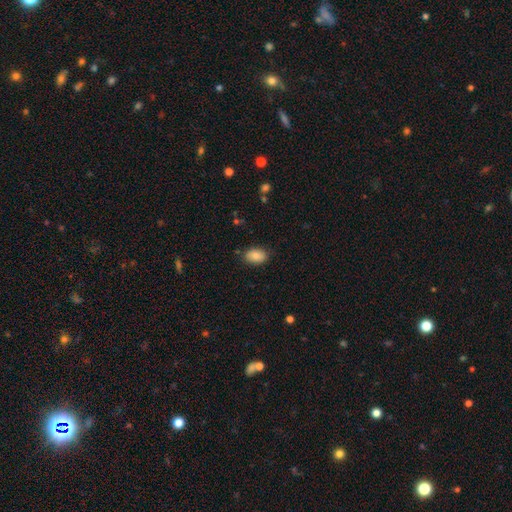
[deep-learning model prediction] smooth 84%, featured or disk 9%, star or artifact 8%. Down the decision tree: how rounded — in between (86%); merging — none (83%).